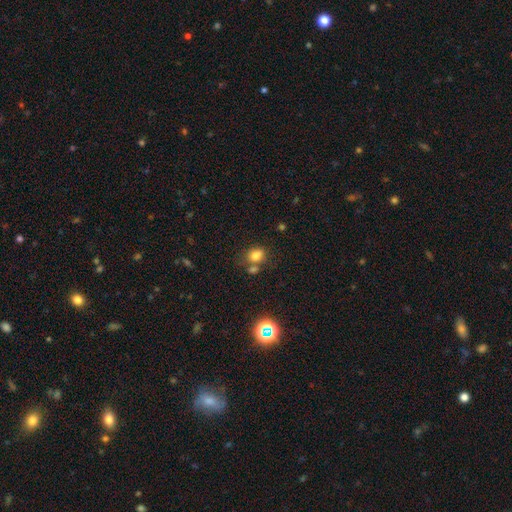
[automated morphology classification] Smooth or featured: smooth — 77% (star or artifact — 15%)
How rounded: in between — 63% (round — 36%)
Merging: none — 54% (merger — 25%)